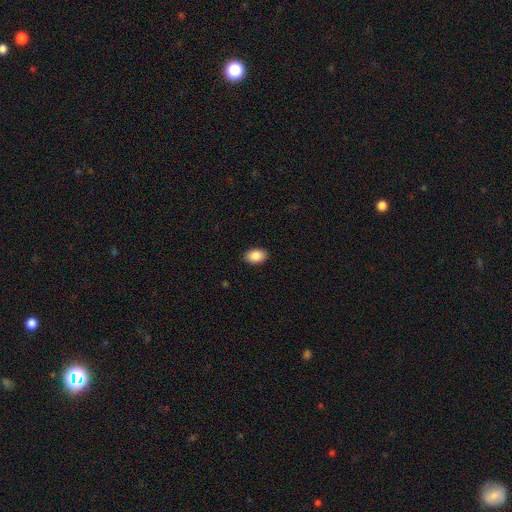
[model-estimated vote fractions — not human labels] The model was most divided on "how rounded": in between: 87%, round: 12%, cigar-shaped: 1%. More confident: merging — none (90%); smooth or featured — smooth (88%).